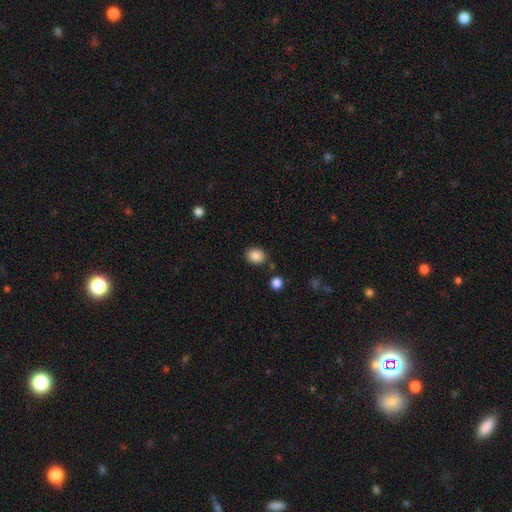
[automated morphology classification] The model was most divided on "how rounded": in between: 54%, round: 45%, cigar-shaped: 1%. More confident: smooth or featured — smooth (87%); merging — none (83%).